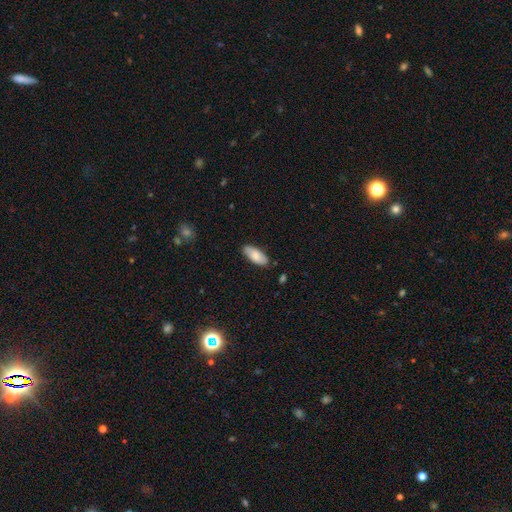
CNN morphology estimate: smooth_or_featured: smooth (p=0.82) [alt: featured or disk p=0.12]
how_rounded: in between (p=0.82) [alt: cigar-shaped p=0.16]
merging: none (p=0.83) [alt: minor disturbance p=0.13]